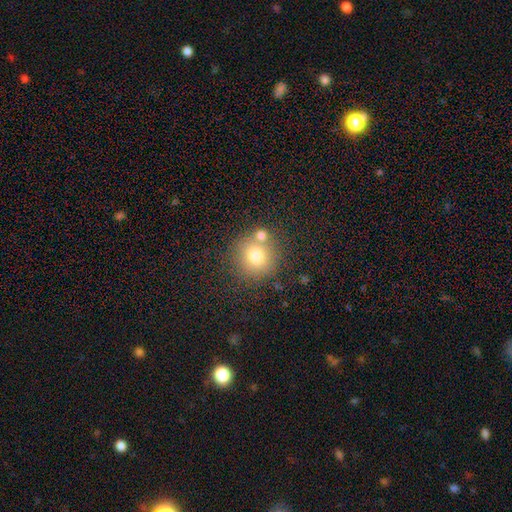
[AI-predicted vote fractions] The model was most divided on "merging": none: 67%, merger: 21%, minor disturbance: 9%, major disturbance: 3%. More confident: how rounded — round (92%); smooth or featured — smooth (74%).